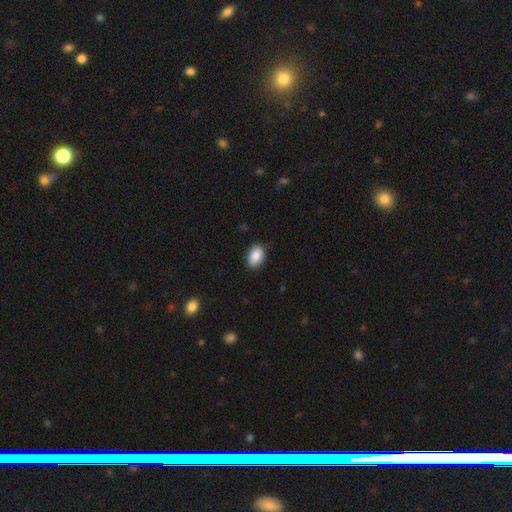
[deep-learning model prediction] A smooth galaxy with no disk features (89%) that is in between round and cigar-shaped (87%).

Vote fractions:
- Smooth or featured? smooth: 89% / star or artifact: 7% / featured or disk: 4%
- How rounded? in between: 87% / round: 12% / cigar-shaped: 1%
- Merging? none: 88% / minor disturbance: 9% / major disturbance: 2% / merger: 1%